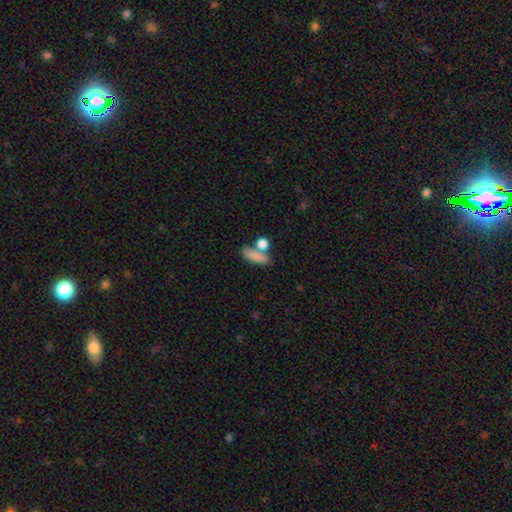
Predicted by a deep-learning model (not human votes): Smooth or featured? smooth (81%)
How rounded? in between (52%)
Merging? none (54%)